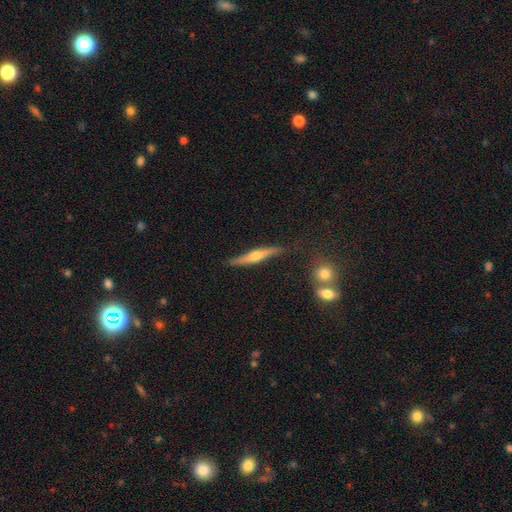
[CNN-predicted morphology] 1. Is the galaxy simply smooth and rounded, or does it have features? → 68% featured or disk, 26% smooth, 6% star or artifact.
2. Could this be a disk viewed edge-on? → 95% yes, 5% no.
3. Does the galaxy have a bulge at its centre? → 89% rounded, 7% none, 5% boxy.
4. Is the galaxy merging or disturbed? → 81% none, 13% minor disturbance, 3% major disturbance, 3% merger.